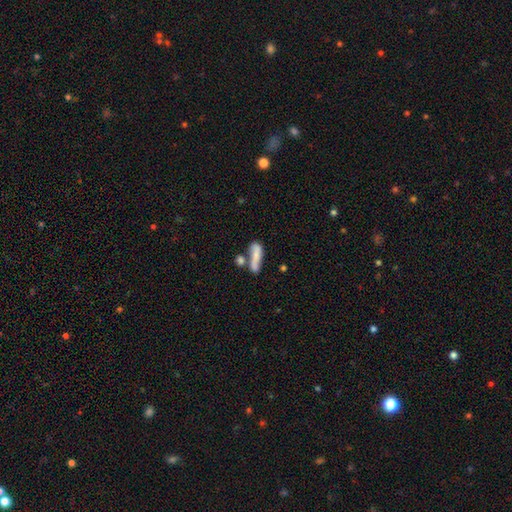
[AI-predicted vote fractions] Smooth or featured: smooth — 67% (featured or disk — 25%)
How rounded: cigar-shaped — 53% (in between — 43%)
Merging: merger — 37% (none — 36%)